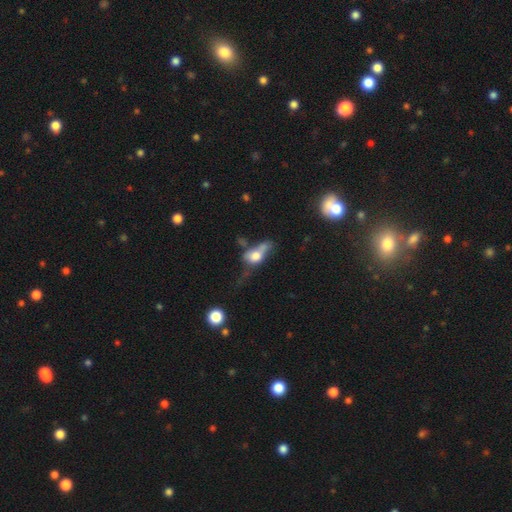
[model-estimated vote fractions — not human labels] Smooth or featured? smooth (56%)
How rounded? in between (64%)
Merging? major disturbance (35%)